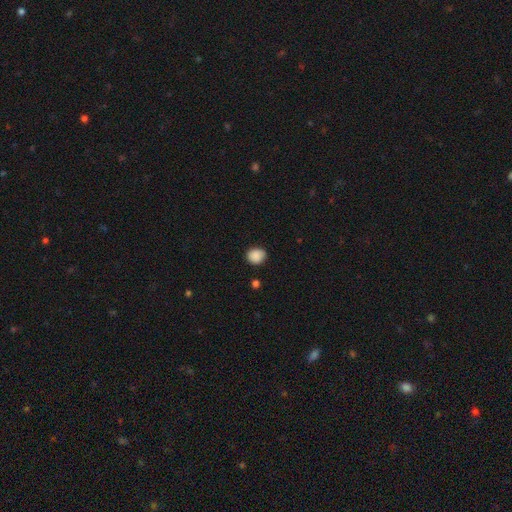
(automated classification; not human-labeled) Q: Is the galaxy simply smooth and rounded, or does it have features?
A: smooth — 88%.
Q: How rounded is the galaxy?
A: round — 76%.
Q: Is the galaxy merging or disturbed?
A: none — 81%.